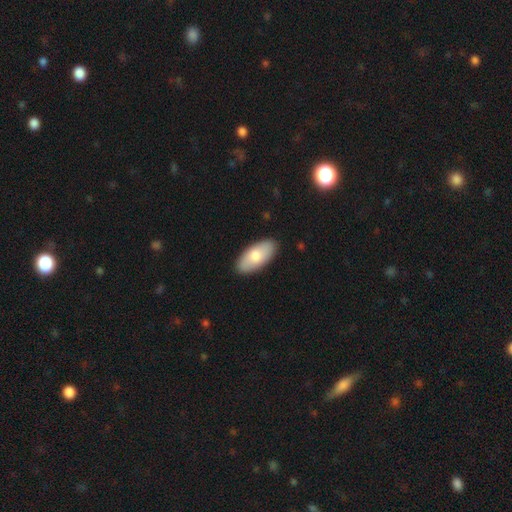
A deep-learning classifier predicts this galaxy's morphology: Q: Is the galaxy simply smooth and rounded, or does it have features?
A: smooth — 77%.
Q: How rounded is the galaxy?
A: in between — 91%.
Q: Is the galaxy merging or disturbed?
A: none — 89%.